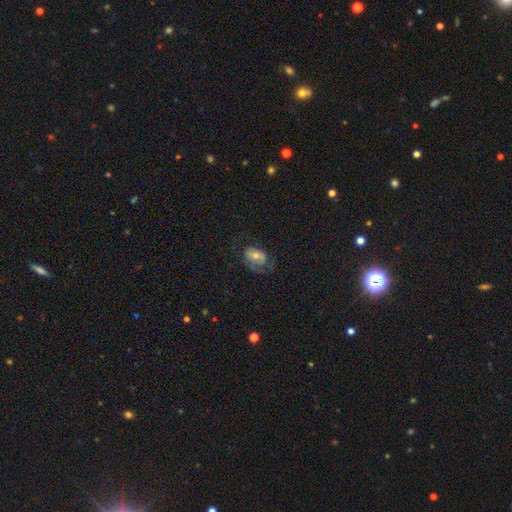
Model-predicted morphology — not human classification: A smooth galaxy with no disk features (46%).

Vote fractions:
- Smooth or featured? smooth: 46% / featured or disk: 44% / star or artifact: 10%
- Merging? none: 50% / major disturbance: 25% / minor disturbance: 23% / merger: 2%